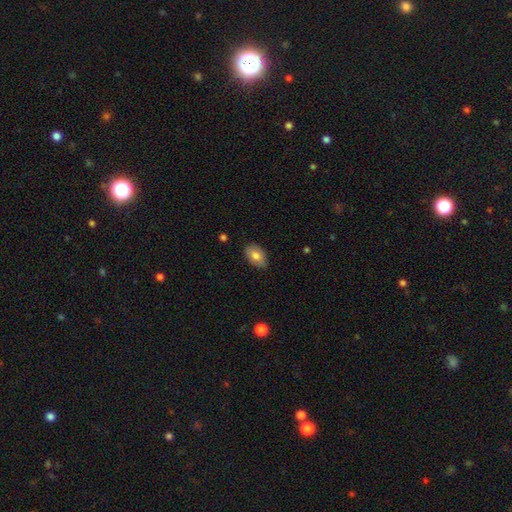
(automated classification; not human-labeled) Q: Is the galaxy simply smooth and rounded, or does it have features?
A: smooth — 80%.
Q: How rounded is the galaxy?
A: in between — 91%.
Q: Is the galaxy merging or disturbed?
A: none — 82%.